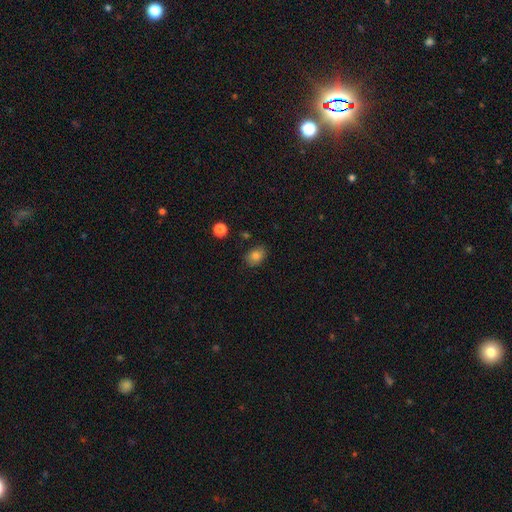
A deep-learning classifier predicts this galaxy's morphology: Overall: smooth (83%). How rounded: in between (68%; round 31%). Merging: none (79%).